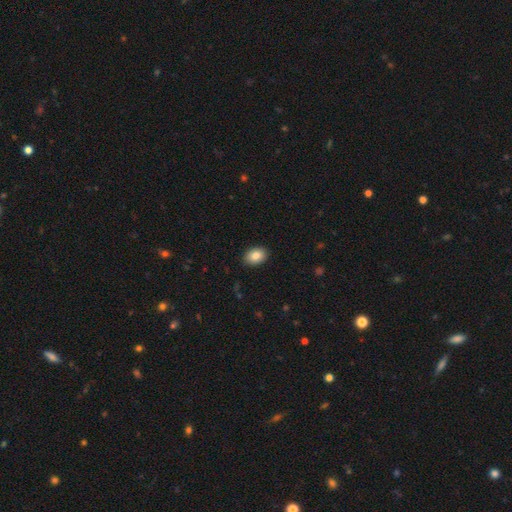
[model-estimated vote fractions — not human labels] smooth_or_featured: smooth (p=0.86) [alt: star or artifact p=0.08]
how_rounded: in between (p=0.79) [alt: round p=0.20]
merging: none (p=0.90) [alt: minor disturbance p=0.07]